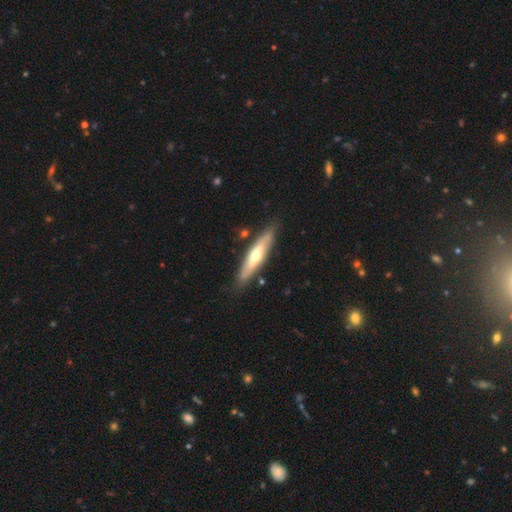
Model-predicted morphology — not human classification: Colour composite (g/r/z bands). It shows a featured or disk galaxy (52%) viewed edge-on (76%). Merging: none (82%).